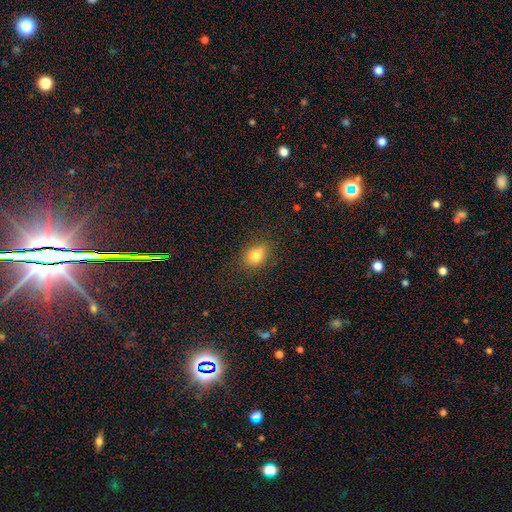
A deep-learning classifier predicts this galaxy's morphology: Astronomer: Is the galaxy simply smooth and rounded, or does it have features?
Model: smooth — 78%.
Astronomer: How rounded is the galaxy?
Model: in between — 54% (runner-up: round, 44%).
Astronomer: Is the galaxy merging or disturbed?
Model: none — 76%.